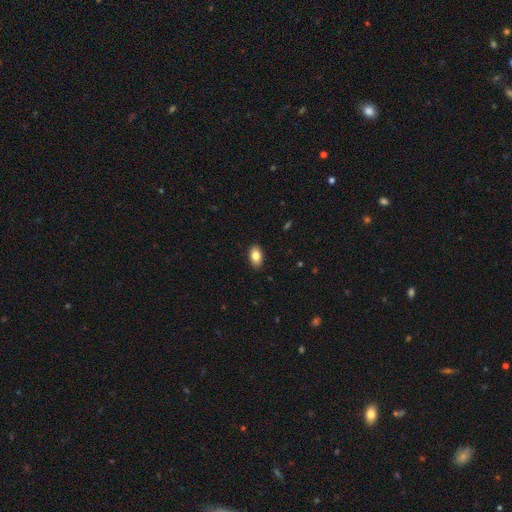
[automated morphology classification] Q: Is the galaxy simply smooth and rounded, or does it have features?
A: smooth — 84%.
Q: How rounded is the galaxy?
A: in between — 92%.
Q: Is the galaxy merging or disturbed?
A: none — 89%.